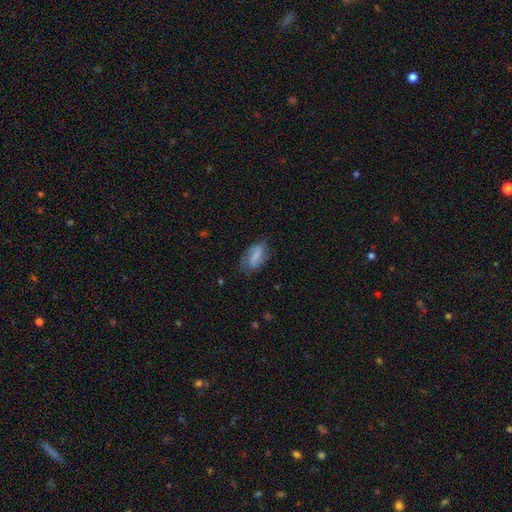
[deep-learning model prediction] A smooth galaxy with no disk features (57%) that is in between round and cigar-shaped (83%). Merging: none (63%).